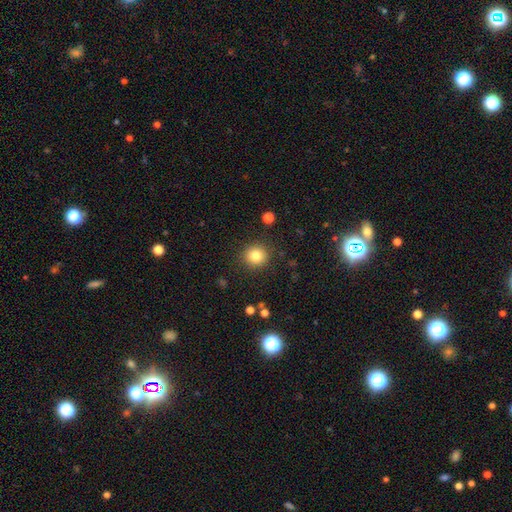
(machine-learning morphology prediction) This is clearly a smooth galaxy (82%). How rounded: clearly round (92%). Merging: clearly none (89%).